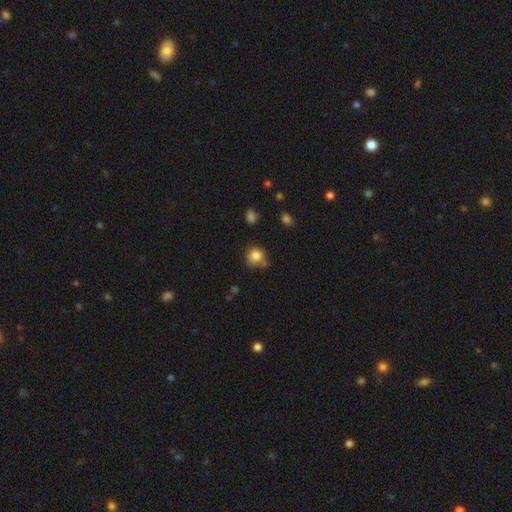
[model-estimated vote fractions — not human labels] The model was most divided on "merging": none: 62%, minor disturbance: 19%, merger: 13%, major disturbance: 5%. More confident: how rounded — round (83%); smooth or featured — smooth (82%).